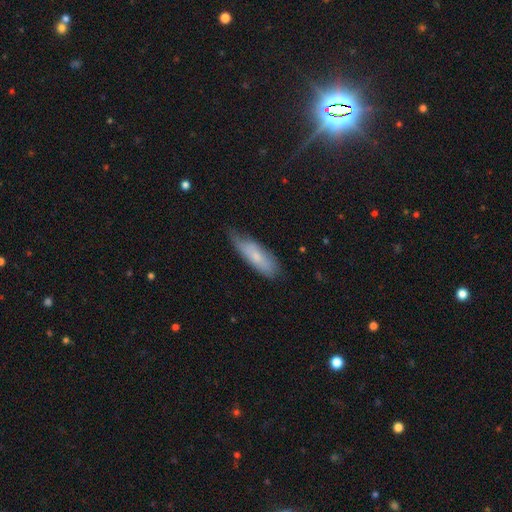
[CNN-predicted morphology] The model was most divided on "how rounded": in between: 53%, cigar-shaped: 45%, round: 2%. More confident: smooth or featured — smooth (67%); merging — none (52%).